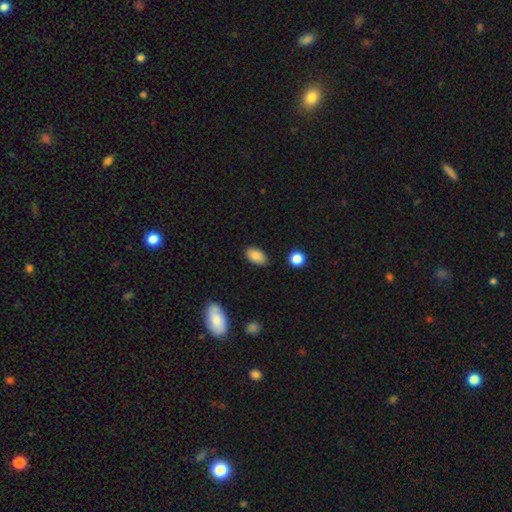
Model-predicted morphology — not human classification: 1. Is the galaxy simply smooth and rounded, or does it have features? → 86% smooth, 8% star or artifact, 6% featured or disk.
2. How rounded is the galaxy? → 92% in between, 6% round, 2% cigar-shaped.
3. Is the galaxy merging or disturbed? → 86% none, 11% minor disturbance, 2% major disturbance, 2% merger.